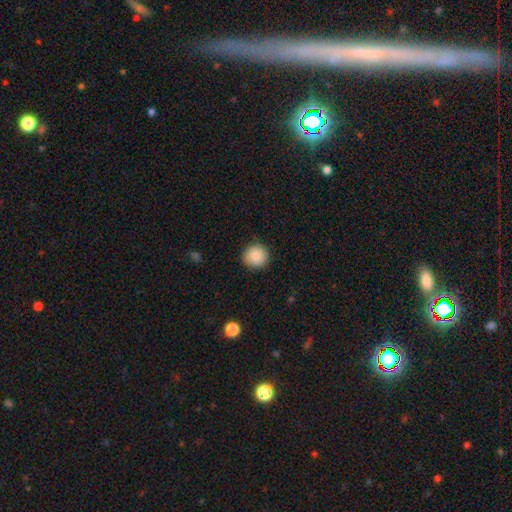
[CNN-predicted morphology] Smooth or featured? smooth (87%)
How rounded? round (92%)
Merging? none (88%)